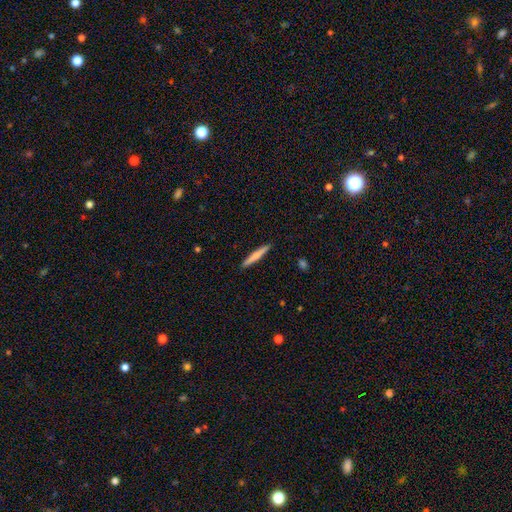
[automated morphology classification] Smooth or featured? Predicted: smooth (p=0.69). How rounded? Predicted: cigar-shaped (p=0.96). Merging? Predicted: none (p=0.91).